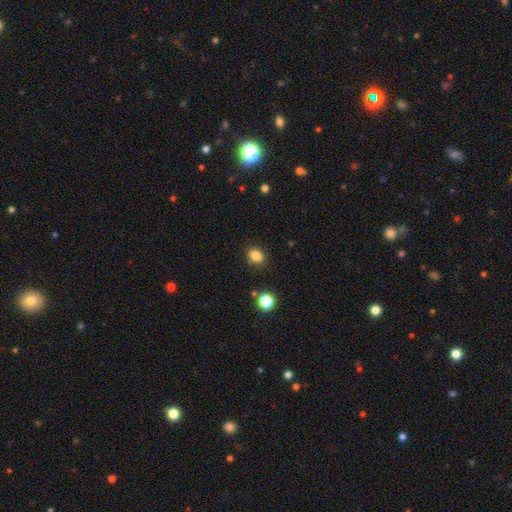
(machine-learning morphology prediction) Smooth or featured? Predicted: smooth (p=0.83). How rounded? Predicted: round (p=0.53). Merging? Predicted: none (p=0.84).